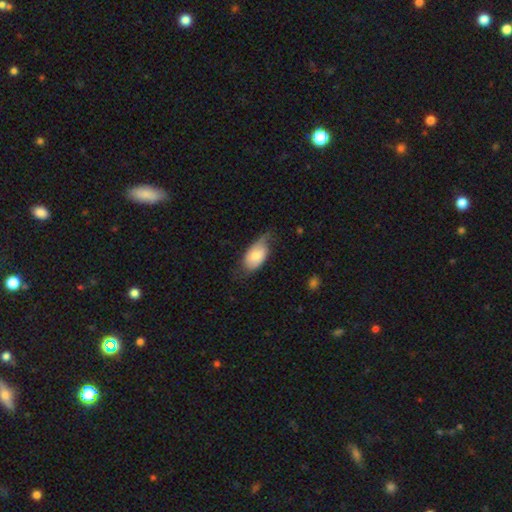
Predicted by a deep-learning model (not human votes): A smooth galaxy with no disk features (69%) that is in between round and cigar-shaped (92%).

Vote fractions:
- Smooth or featured? smooth: 69% / featured or disk: 25% / star or artifact: 6%
- How rounded? in between: 92% / round: 5% / cigar-shaped: 2%
- Merging? none: 42% / minor disturbance: 39% / major disturbance: 17% / merger: 2%